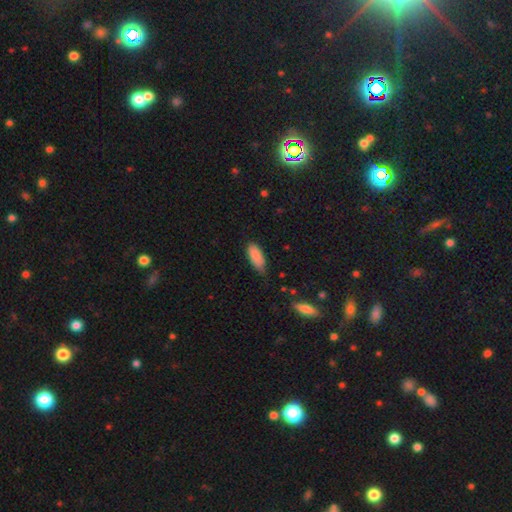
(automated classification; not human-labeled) This is clearly a smooth galaxy (87%). How rounded: clearly in between (83%). Merging: possibly none (54%).